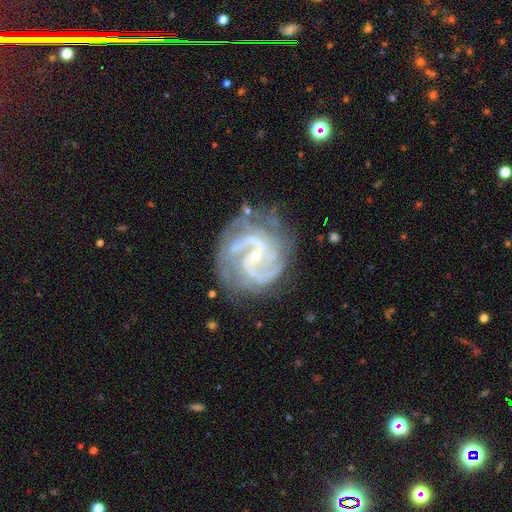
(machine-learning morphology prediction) Smooth or featured? Predicted: featured or disk (p=0.90). Edge-on disk? Predicted: no (p=0.98). Bar? Predicted: no (p=0.46). Spiral arms? Predicted: yes (p=0.98). Spiral winding? Predicted: medium (p=0.49). Spiral arm count? Predicted: 2 (p=0.57). Bulge size? Predicted: small (p=0.78). Merging? Predicted: none (p=0.68).